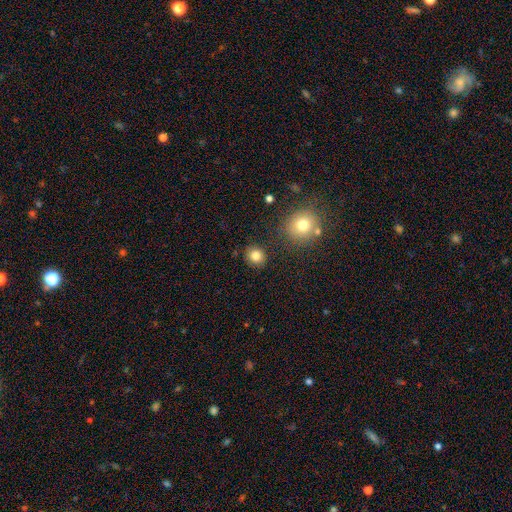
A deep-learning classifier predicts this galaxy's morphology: Smooth or featured: smooth — 82% (star or artifact — 11%)
How rounded: round — 83% (in between — 17%)
Merging: none — 87% (minor disturbance — 8%)